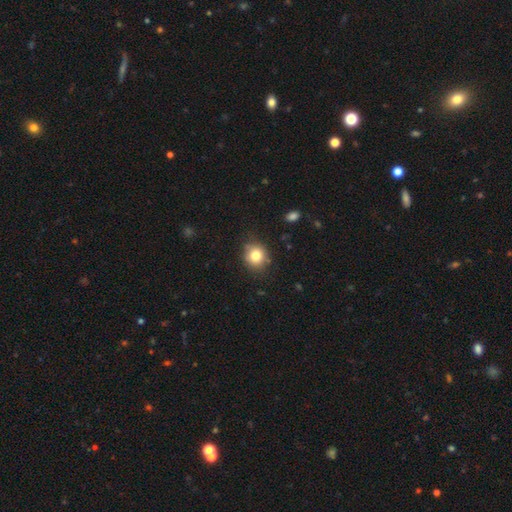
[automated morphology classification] smooth_or_featured: smooth (p=0.80) [alt: star or artifact p=0.11]
how_rounded: round (p=0.86) [alt: in between p=0.13]
merging: none (p=0.84) [alt: minor disturbance p=0.12]